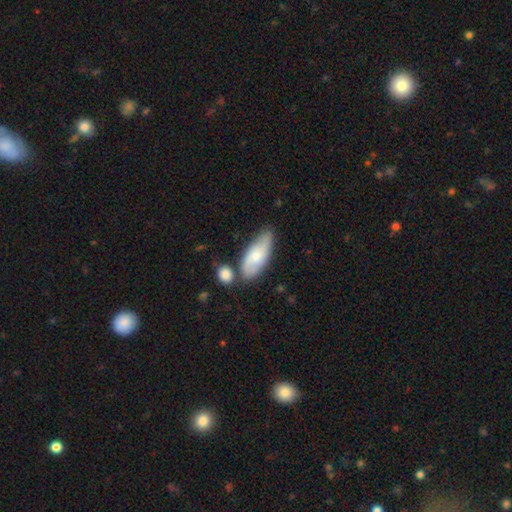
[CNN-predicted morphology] Overall: smooth (60%; featured or disk 34%). How rounded: in between (80%). Merging: none (57%; minor disturbance 22%).